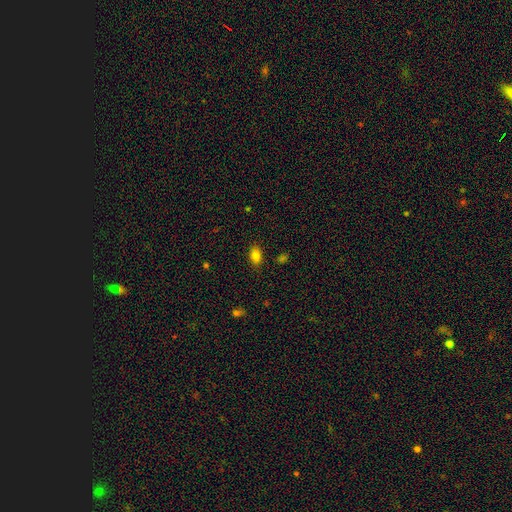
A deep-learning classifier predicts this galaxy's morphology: smooth-or-featured: smooth: 82% | star or artifact: 11% | featured or disk: 7%
  how-rounded: in between: 84% | round: 13% | cigar-shaped: 2%
  merging: none: 86% | minor disturbance: 11% | major disturbance: 2% | merger: 1%